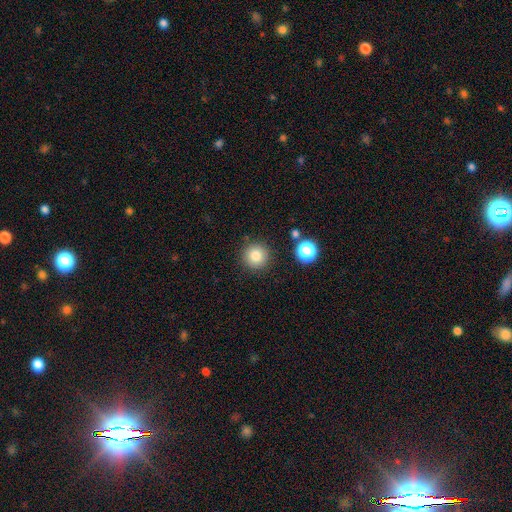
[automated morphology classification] Overall: smooth (82%). How rounded: round (95%). Merging: none (88%).